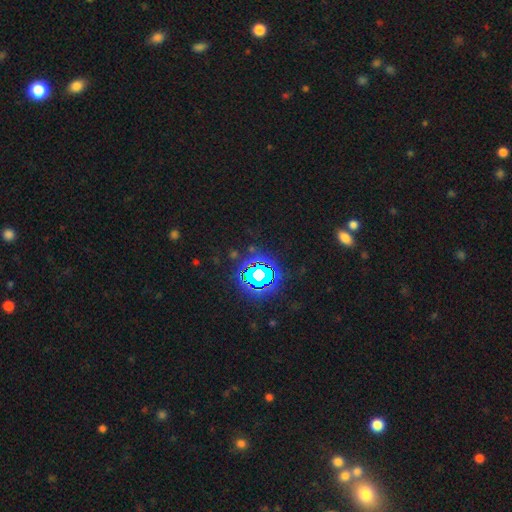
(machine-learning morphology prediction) A star or artifact, not a galaxy (83%).

Vote fractions:
- Smooth or featured? star or artifact: 83% / smooth: 10% / featured or disk: 7%